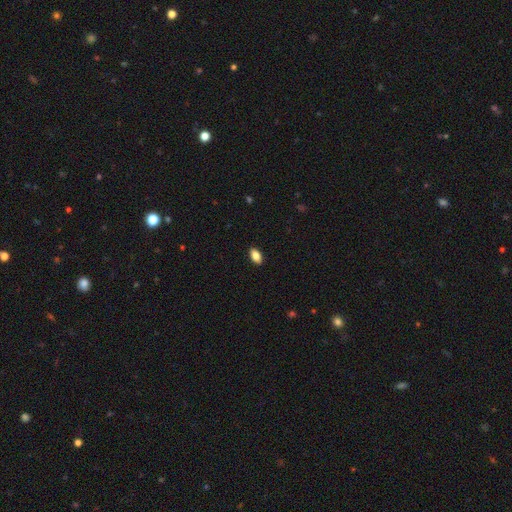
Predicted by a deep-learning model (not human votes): smooth 85%, star or artifact 8%, featured or disk 7%. Down the decision tree: how rounded — in between (92%); merging — none (90%).